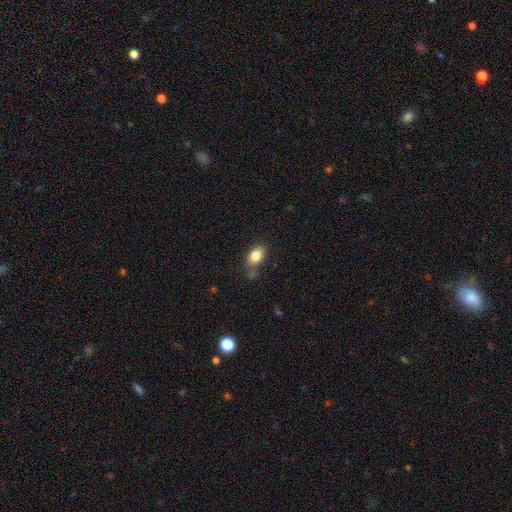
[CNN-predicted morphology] Overall: smooth (83%). How rounded: in between (86%). Merging: none (69%).